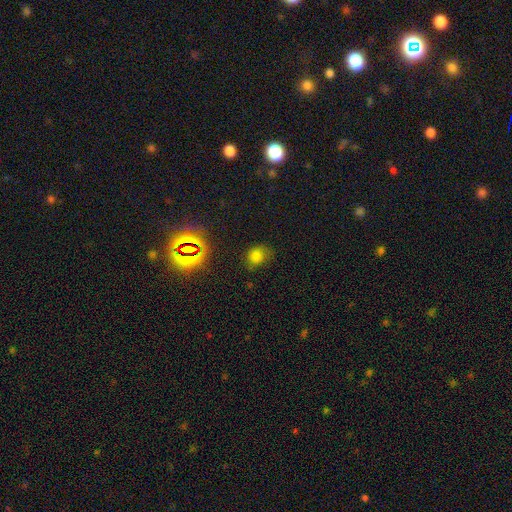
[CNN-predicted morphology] A smooth galaxy with no disk features (70%) that is round (59%).

Vote fractions:
- Smooth or featured? smooth: 70% / star or artifact: 22% / featured or disk: 7%
- How rounded? round: 59% / in between: 40% / cigar-shaped: 1%
- Merging? none: 63% / minor disturbance: 26% / major disturbance: 9% / merger: 2%